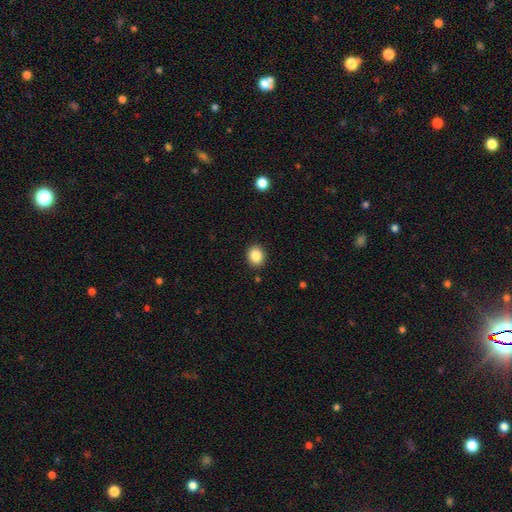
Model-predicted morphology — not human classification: Overall: smooth (86%). How rounded: round (65%; in between 34%). Merging: none (91%).